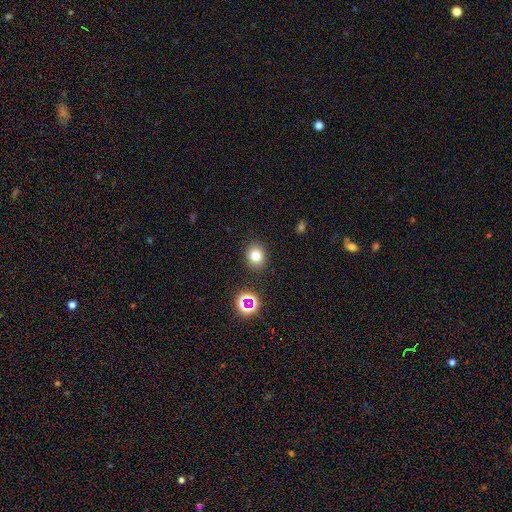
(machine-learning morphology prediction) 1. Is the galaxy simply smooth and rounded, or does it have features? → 75% smooth, 18% star or artifact, 7% featured or disk.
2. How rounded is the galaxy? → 75% round, 24% in between, 1% cigar-shaped.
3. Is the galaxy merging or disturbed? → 90% none, 6% minor disturbance, 2% merger, 2% major disturbance.